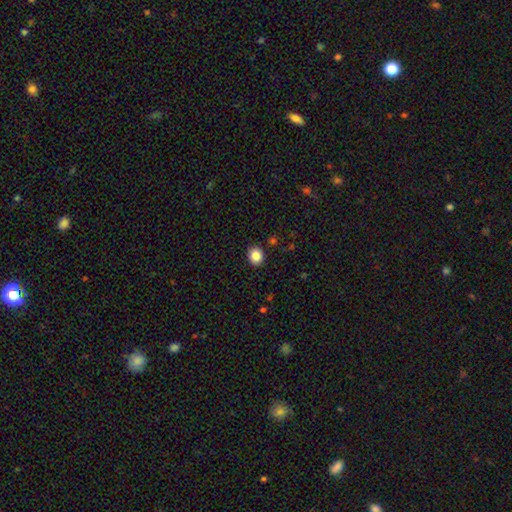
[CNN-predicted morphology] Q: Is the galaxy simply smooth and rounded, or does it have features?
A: smooth — 85%.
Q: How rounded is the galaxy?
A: round — 71%.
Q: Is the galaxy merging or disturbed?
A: none — 91%.